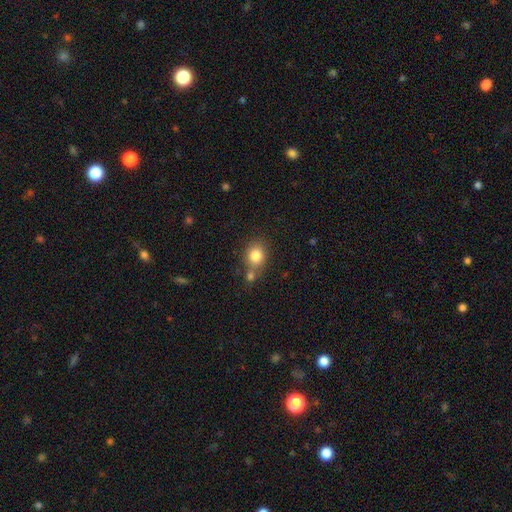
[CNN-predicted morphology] A smooth galaxy with no disk features (82%) that is round (69%).

Vote fractions:
- Smooth or featured? smooth: 82% / star or artifact: 10% / featured or disk: 8%
- How rounded? round: 69% / in between: 30% / cigar-shaped: 1%
- Merging? none: 58% / merger: 24% / minor disturbance: 13% / major disturbance: 4%